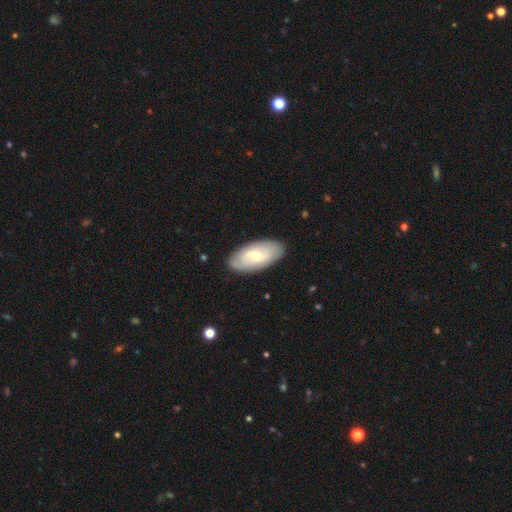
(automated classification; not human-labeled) Morphology: type=featured or disk (50%); merging=none (87%).